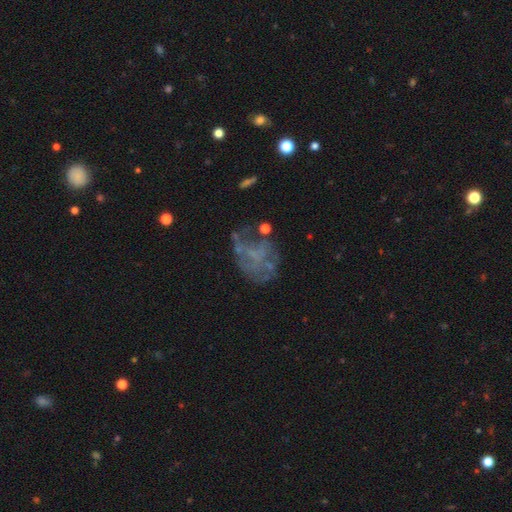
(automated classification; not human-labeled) This appears to be a featured or disk galaxy (60%) with no bar (84%), no spiral arms (71%) and no central bulge (73%). Merging: none (44%).